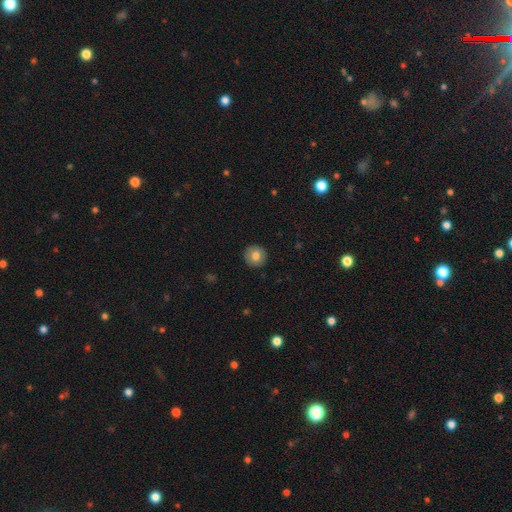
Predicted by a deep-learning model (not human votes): smooth-or-featured: smooth: 79% | featured or disk: 13% | star or artifact: 8%
  how-rounded: round: 94% | in between: 5% | cigar-shaped: 1%
  merging: none: 91% | minor disturbance: 6% | major disturbance: 2% | merger: 1%